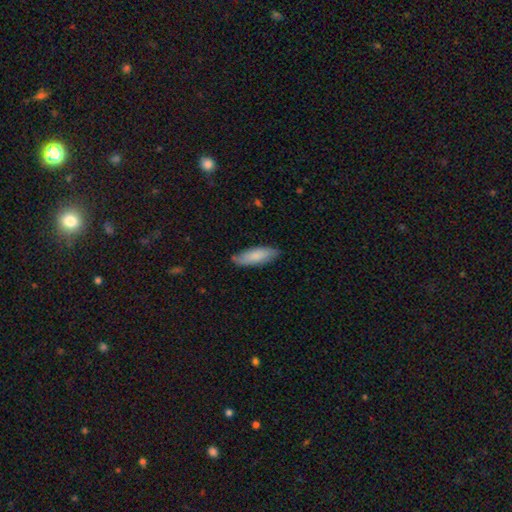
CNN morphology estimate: Overall: smooth (82%). How rounded: in between (55%; cigar-shaped 44%). Merging: none (82%).